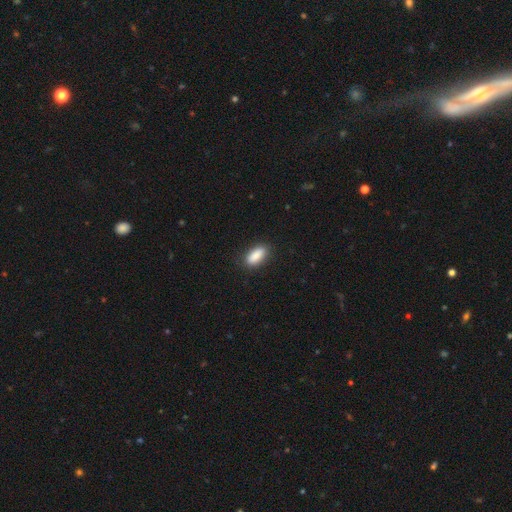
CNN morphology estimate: This appears to be a smooth galaxy with no disk features (88%) that is in between round and cigar-shaped (84%). Merging: none (86%).